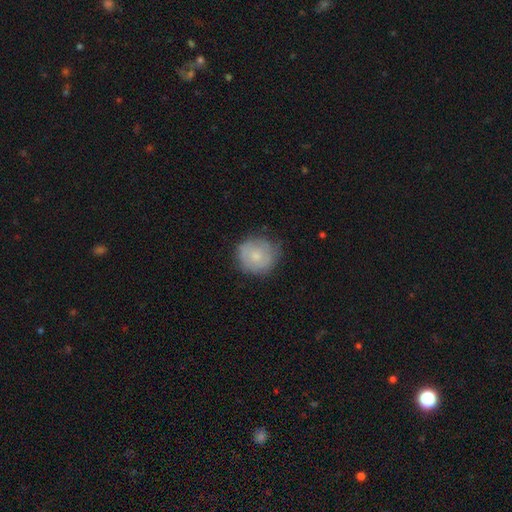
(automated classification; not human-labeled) Morphology: type=smooth (70%); roundness=round (87%); merging=none (70%).